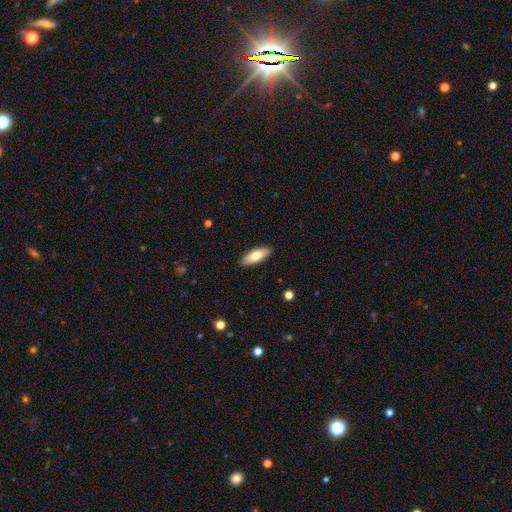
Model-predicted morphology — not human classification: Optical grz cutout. It shows a smooth galaxy with no disk features (77%) that is in between round and cigar-shaped (74%). Merging: none (90%).